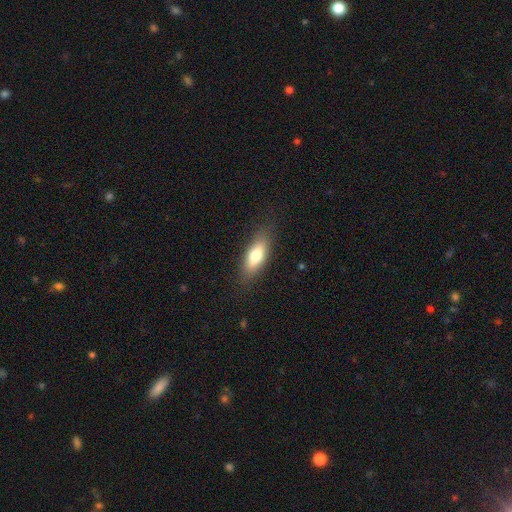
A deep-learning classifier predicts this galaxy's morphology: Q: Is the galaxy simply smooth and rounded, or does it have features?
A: smooth — 73%.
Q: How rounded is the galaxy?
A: in between — 68%.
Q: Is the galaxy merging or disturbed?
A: none — 83%.